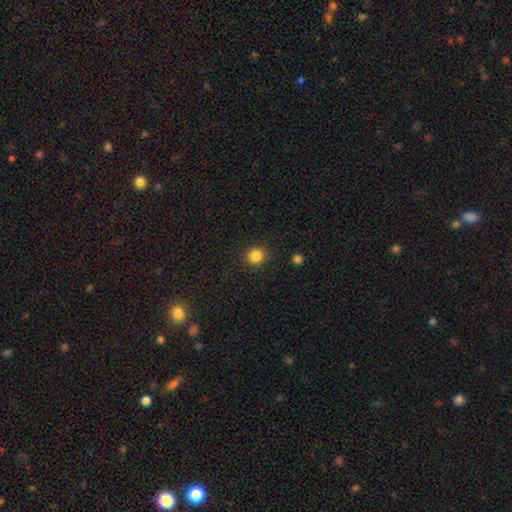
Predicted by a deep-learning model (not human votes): Smooth or featured? Predicted: smooth (p=0.85). How rounded? Predicted: round (p=0.86). Merging? Predicted: none (p=0.89).